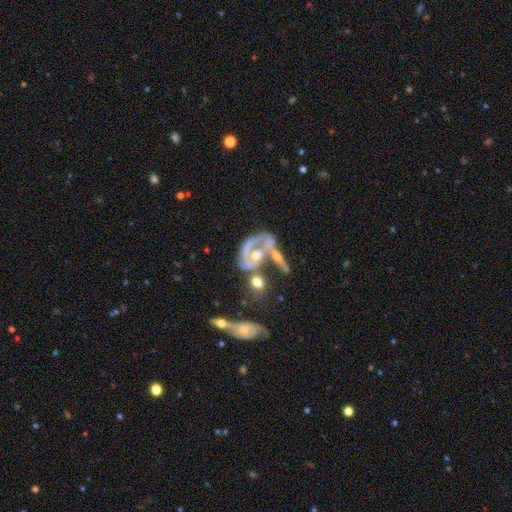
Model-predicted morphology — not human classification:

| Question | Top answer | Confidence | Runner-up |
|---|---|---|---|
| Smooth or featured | featured or disk | 77% | smooth (14%) |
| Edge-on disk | no | 94% | yes (6%) |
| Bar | no | 64% | weak (25%) |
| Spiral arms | yes | 67% | no (33%) |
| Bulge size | moderate | 53% | small (33%) |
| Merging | merger | 52% | major disturbance (21%) |